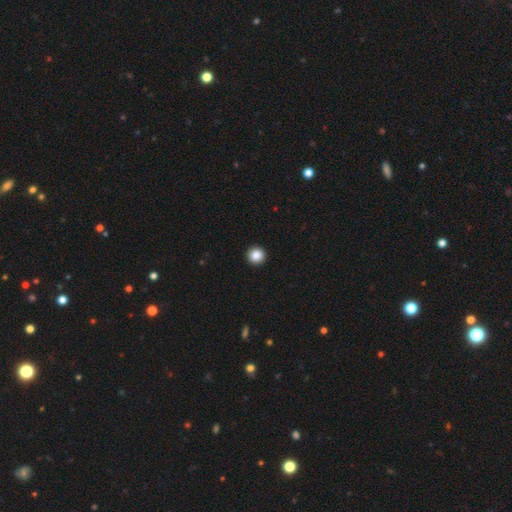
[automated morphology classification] Overall: smooth (87%). How rounded: round (95%). Merging: none (94%).